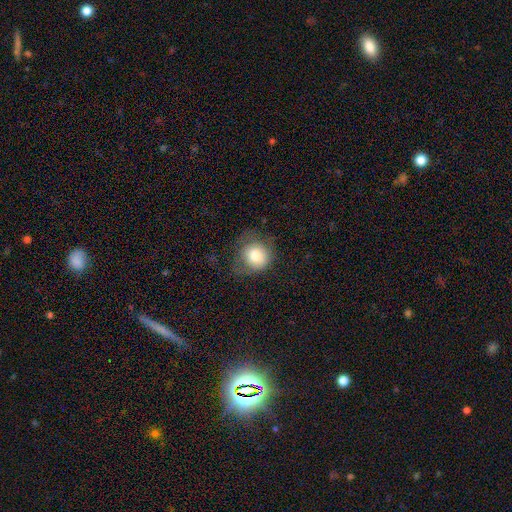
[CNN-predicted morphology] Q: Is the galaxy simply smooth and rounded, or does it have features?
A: smooth — 78%.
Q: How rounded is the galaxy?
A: round — 84%.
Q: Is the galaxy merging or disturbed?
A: none — 55%.